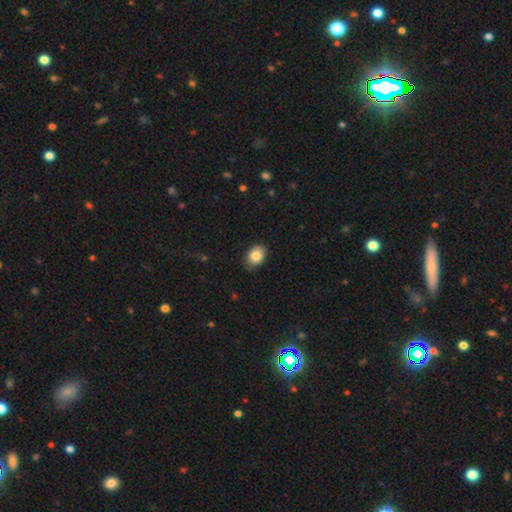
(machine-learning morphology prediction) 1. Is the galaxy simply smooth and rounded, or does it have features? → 85% smooth, 8% star or artifact, 7% featured or disk.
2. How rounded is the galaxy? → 75% in between, 24% round, 1% cigar-shaped.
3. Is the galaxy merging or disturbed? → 81% none, 15% minor disturbance, 2% major disturbance, 1% merger.